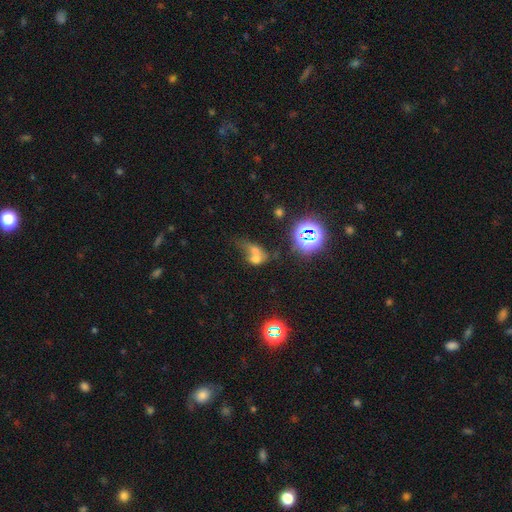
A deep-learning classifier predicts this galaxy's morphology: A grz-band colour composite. It shows a smooth galaxy with no disk features (49%). Merging: merger (60%).